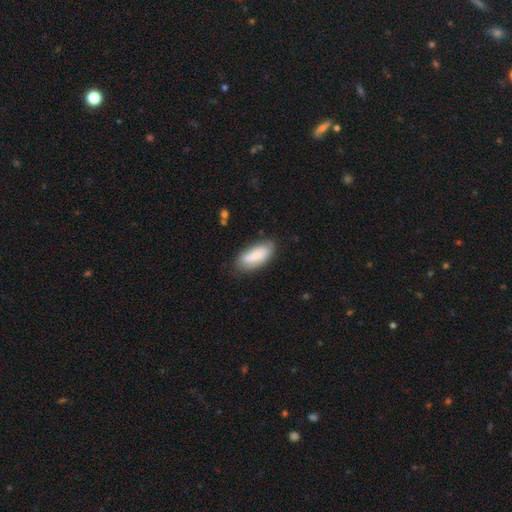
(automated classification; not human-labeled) A smooth galaxy with no disk features (73%) that is in between round and cigar-shaped (87%).

Vote fractions:
- Smooth or featured? smooth: 73% / featured or disk: 21% / star or artifact: 6%
- How rounded? in between: 87% / cigar-shaped: 11% / round: 2%
- Merging? none: 71% / minor disturbance: 21% / major disturbance: 5% / merger: 3%